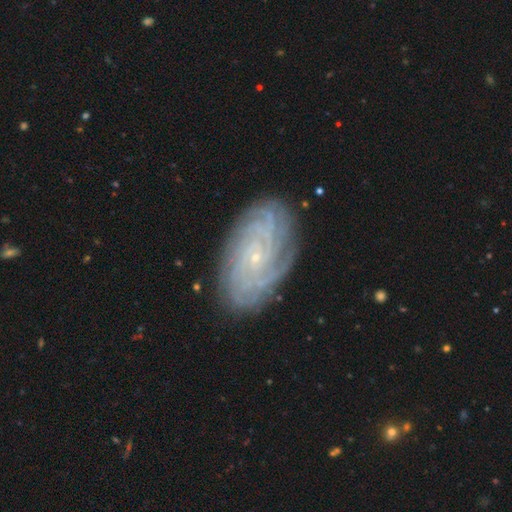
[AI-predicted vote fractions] Q: Smooth or featured?
A: featured or disk (84%); runner-up: smooth (9%)
Q: Edge-on disk?
A: no (96%); runner-up: yes (4%)
Q: Bar?
A: no (76%); runner-up: weak (18%)
Q: Spiral arms?
A: yes (97%); runner-up: no (3%)
Q: Spiral winding?
A: tight (80%); runner-up: medium (17%)
Q: Spiral arm count?
A: can't tell (25%); runner-up: more than 4 (24%)
Q: Bulge size?
A: small (87%); runner-up: moderate (8%)
Q: Merging?
A: none (84%); runner-up: minor disturbance (12%)